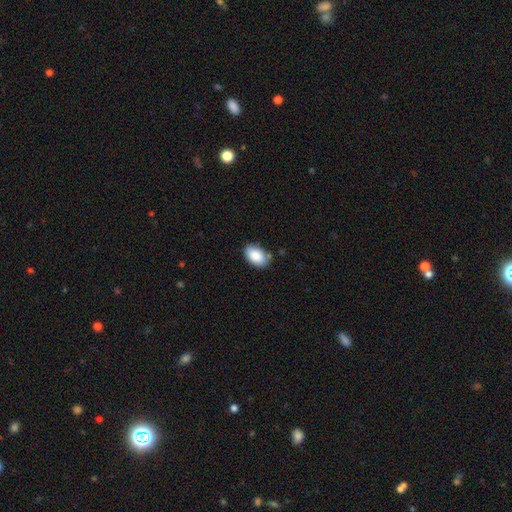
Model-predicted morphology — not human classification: smooth_or_featured: smooth (p=0.88) [alt: star or artifact p=0.07]
how_rounded: in between (p=0.91) [alt: round p=0.08]
merging: none (p=0.77) [alt: minor disturbance p=0.16]